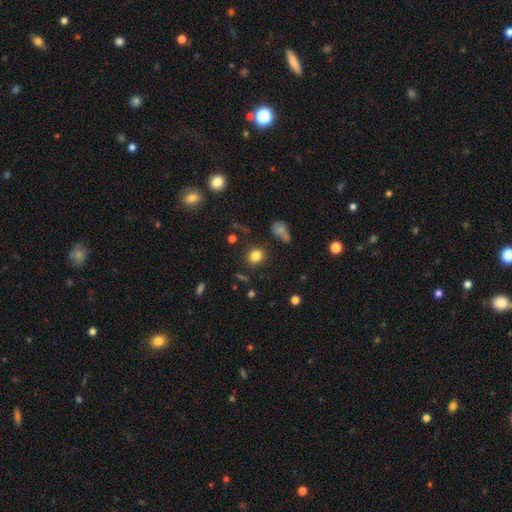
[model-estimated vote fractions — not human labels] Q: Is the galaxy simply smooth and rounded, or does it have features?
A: smooth — 82%.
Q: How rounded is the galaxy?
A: round — 77%.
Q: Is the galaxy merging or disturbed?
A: none — 84%.